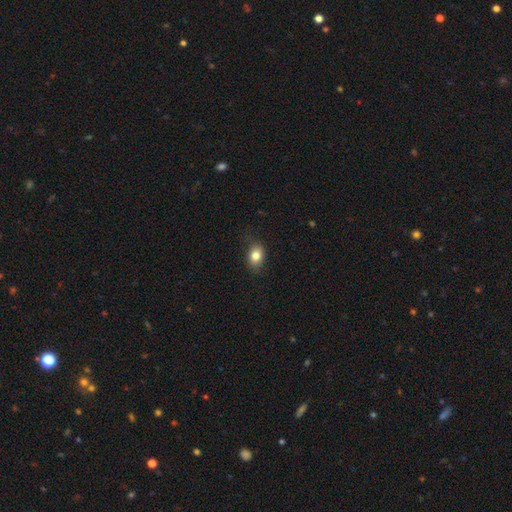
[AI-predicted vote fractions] This is clearly a smooth galaxy (82%). How rounded: likely in between (73%). Merging: clearly none (81%).